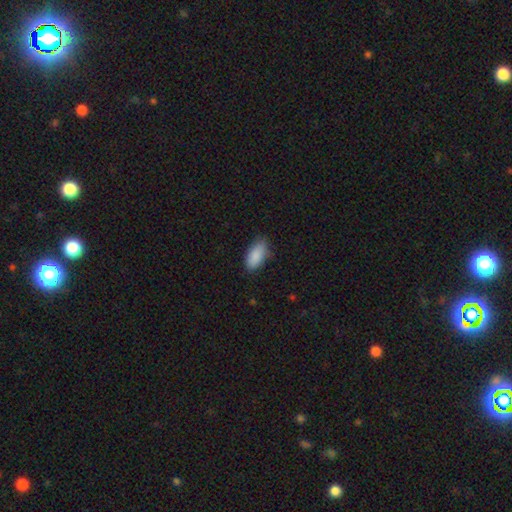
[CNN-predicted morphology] Smooth or featured?
  - smooth: 89% *
  - star or artifact: 6%
  - featured or disk: 5%
How rounded?
  - in between: 90% *
  - cigar-shaped: 8%
  - round: 2%
Merging?
  - none: 77% *
  - minor disturbance: 19%
  - major disturbance: 3%
  - merger: 1%